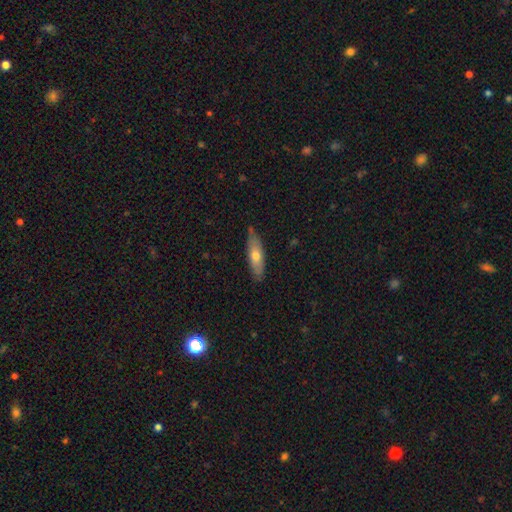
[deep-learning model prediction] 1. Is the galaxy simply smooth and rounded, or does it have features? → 60% smooth, 34% featured or disk, 6% star or artifact.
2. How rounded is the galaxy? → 55% cigar-shaped, 42% in between, 2% round.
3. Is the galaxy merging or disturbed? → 79% none, 17% minor disturbance, 3% major disturbance, 2% merger.